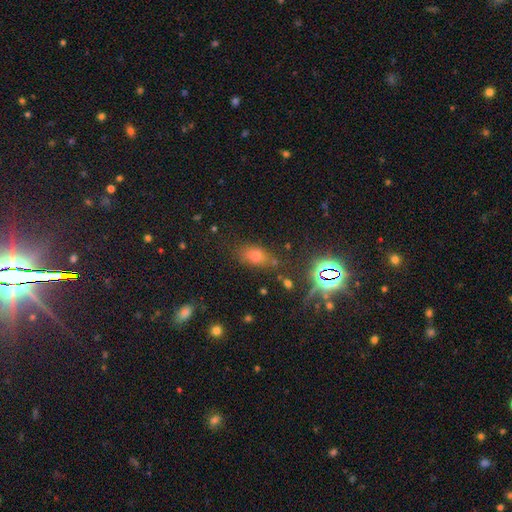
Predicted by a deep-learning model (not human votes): smooth-or-featured: smooth: 55% | star or artifact: 33% | featured or disk: 12%
  how-rounded: in between: 77% | round: 18% | cigar-shaped: 5%
  merging: none: 74% | minor disturbance: 15% | major disturbance: 6% | merger: 5%